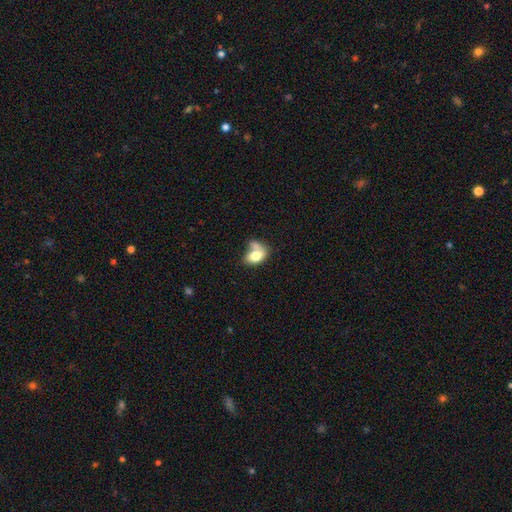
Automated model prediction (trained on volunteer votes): Smooth or featured? smooth (74%)
How rounded? in between (84%)
Merging? merger (43%)